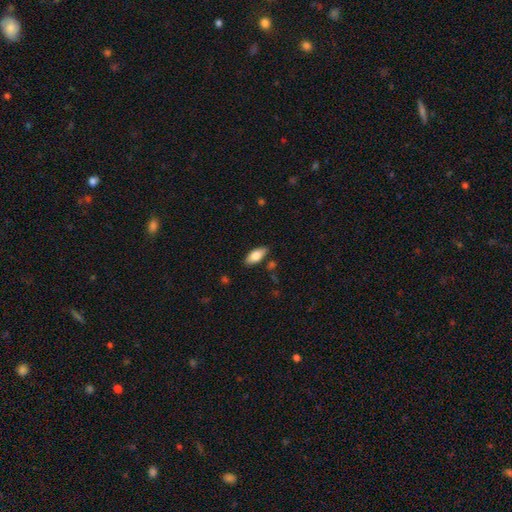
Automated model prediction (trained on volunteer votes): Q: Smooth or featured?
A: smooth (80%); runner-up: featured or disk (14%)
Q: How rounded?
A: in between (86%); runner-up: cigar-shaped (12%)
Q: Merging?
A: none (83%); runner-up: minor disturbance (12%)